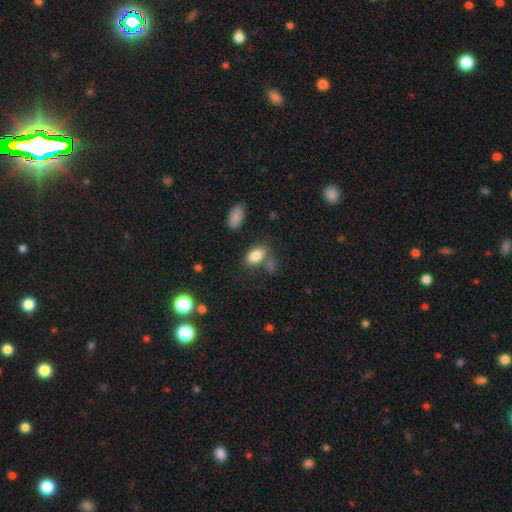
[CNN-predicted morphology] smooth_or_featured: smooth (p=0.83) [alt: star or artifact p=0.09]
how_rounded: in between (p=0.89) [alt: round p=0.09]
merging: none (p=0.59) [alt: minor disturbance p=0.17]